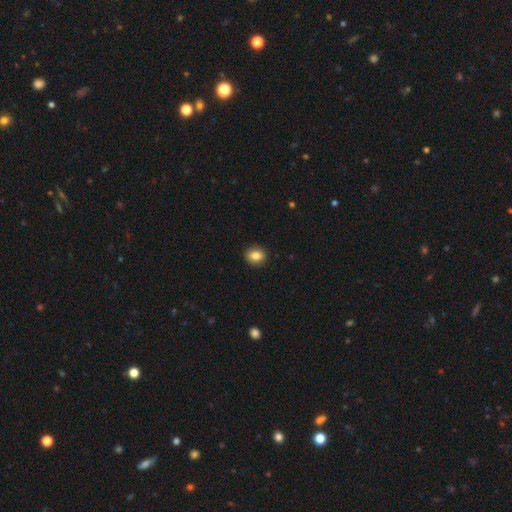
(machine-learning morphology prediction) This appears to be a smooth galaxy with no disk features (84%) that is round (58%). Merging: none (91%).